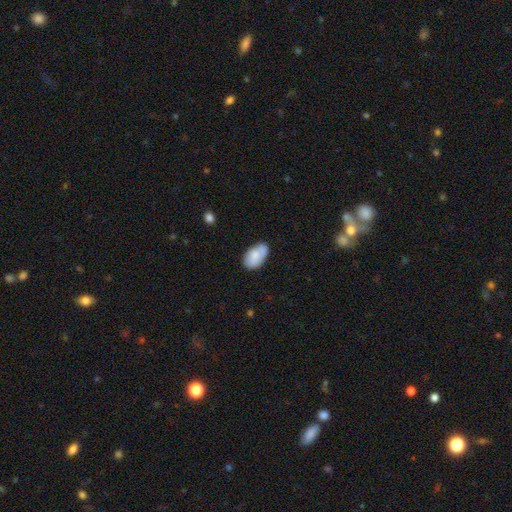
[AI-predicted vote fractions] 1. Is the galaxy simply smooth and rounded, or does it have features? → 74% smooth, 19% featured or disk, 6% star or artifact.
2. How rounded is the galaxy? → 93% in between, 5% round, 1% cigar-shaped.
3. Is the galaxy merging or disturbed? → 73% none, 21% minor disturbance, 4% major disturbance, 2% merger.